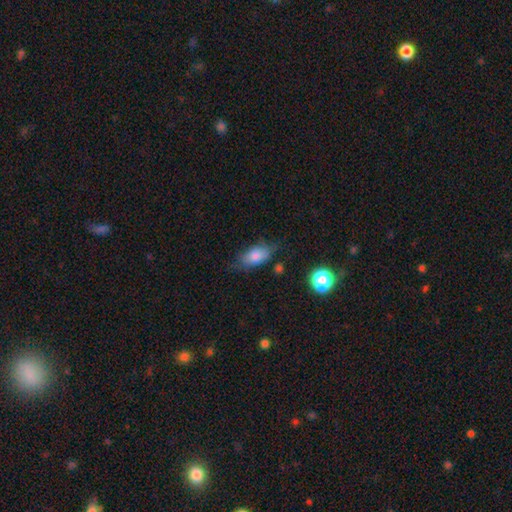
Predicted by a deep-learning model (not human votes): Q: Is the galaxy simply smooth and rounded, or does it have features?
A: smooth — 77%.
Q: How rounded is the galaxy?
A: in between — 87%.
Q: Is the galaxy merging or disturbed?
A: none — 59%.